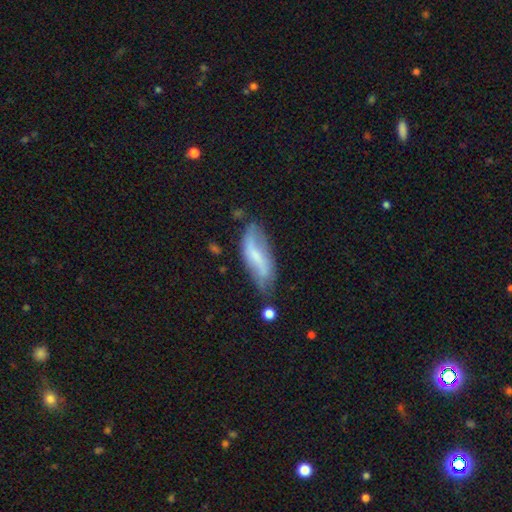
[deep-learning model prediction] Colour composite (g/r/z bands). It shows a featured or disk galaxy (52%). Merging: none (53%).